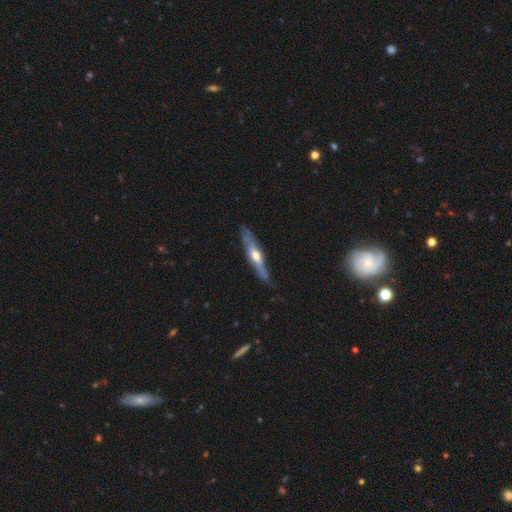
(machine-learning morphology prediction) Q: Smooth or featured?
A: featured or disk (62%); runner-up: smooth (33%)
Q: Edge-on disk?
A: yes (82%); runner-up: no (18%)
Q: Edge-on bulge?
A: rounded (85%); runner-up: none (9%)
Q: Merging?
A: none (71%); runner-up: minor disturbance (22%)